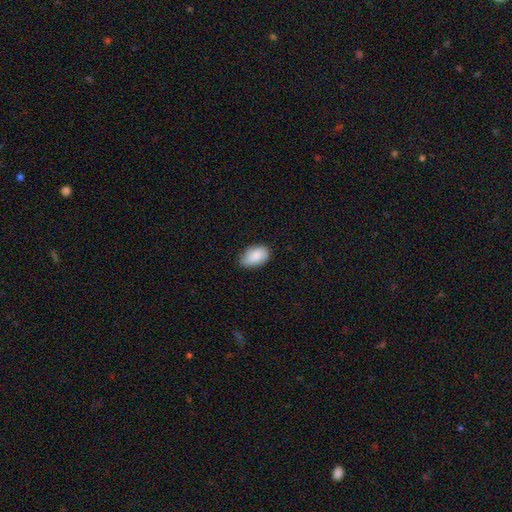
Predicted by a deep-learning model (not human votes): smooth 81%, featured or disk 12%, star or artifact 7%. Down the decision tree: how rounded — in between (90%); merging — none (68%).